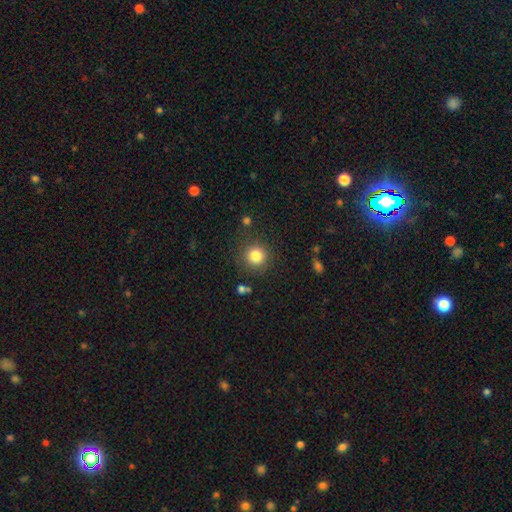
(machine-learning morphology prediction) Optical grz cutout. It shows a smooth galaxy with no disk features (83%) that is round (93%). Merging: none (85%).